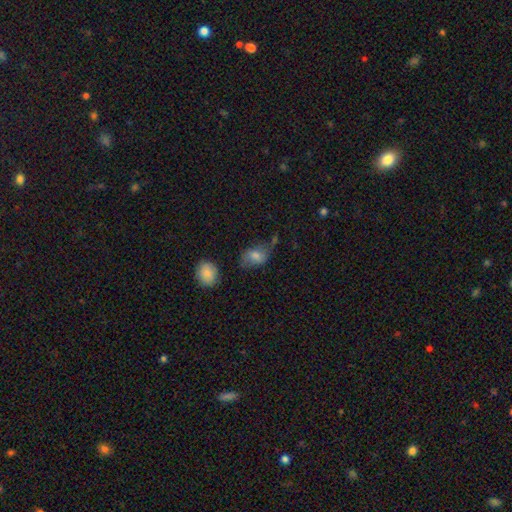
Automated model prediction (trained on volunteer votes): This appears to be a smooth galaxy with no disk features (73%) that is in between round and cigar-shaped (80%). Merging: none (59%).